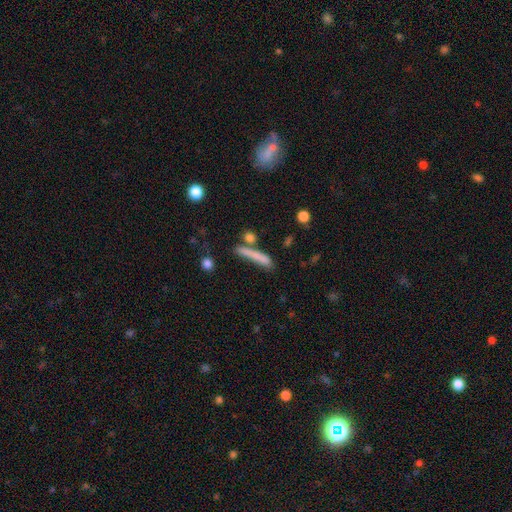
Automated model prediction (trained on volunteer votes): Smooth or featured? smooth (68%)
How rounded? cigar-shaped (89%)
Merging? none (59%)